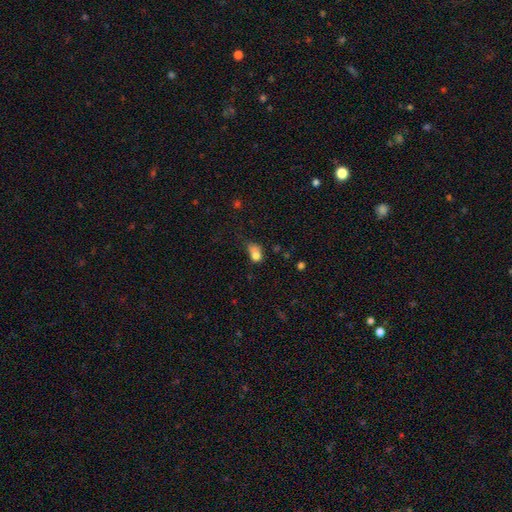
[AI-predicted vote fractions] Smooth or featured: smooth — 75% (featured or disk — 13%)
How rounded: in between — 65% (round — 33%)
Merging: minor disturbance — 33% (none — 29%)